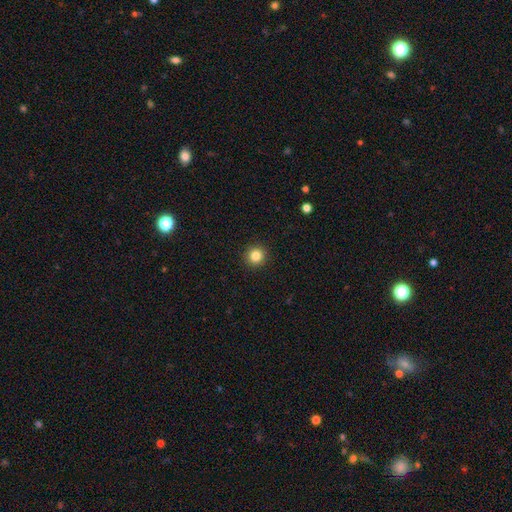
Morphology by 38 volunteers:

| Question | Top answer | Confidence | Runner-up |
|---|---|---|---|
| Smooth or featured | smooth | 84% | featured or disk (11%) |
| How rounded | round | 97% | in between (3%) |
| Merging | none | 94% | minor disturbance (3%) |